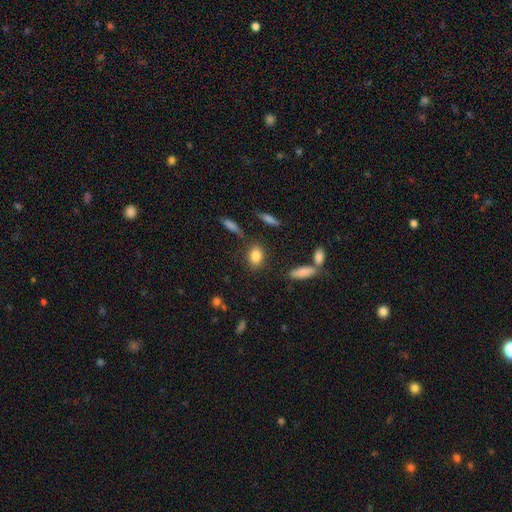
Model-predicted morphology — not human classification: Smooth or featured: smooth — 83% (star or artifact — 9%)
How rounded: in between — 74% (round — 22%)
Merging: none — 78% (minor disturbance — 13%)